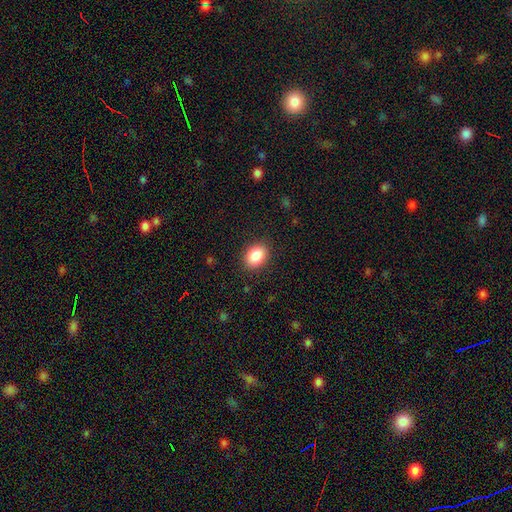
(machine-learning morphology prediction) smooth 87%, star or artifact 8%, featured or disk 5%. Down the decision tree: how rounded — in between (69%); merging — none (88%).